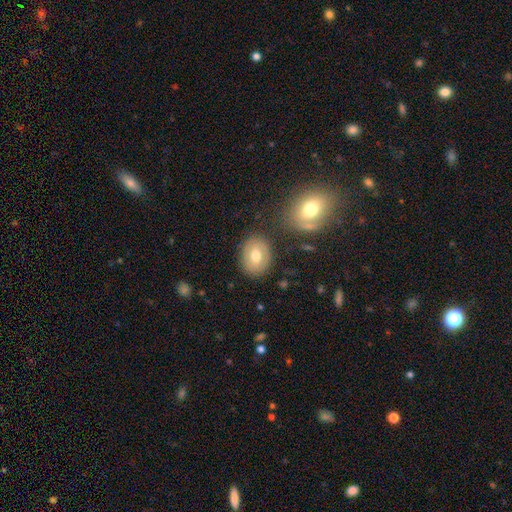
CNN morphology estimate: smooth-or-featured: smooth: 68% | featured or disk: 24% | star or artifact: 8%
  how-rounded: in between: 58% | round: 41% | cigar-shaped: 1%
  merging: none: 82% | minor disturbance: 11% | merger: 4% | major disturbance: 3%